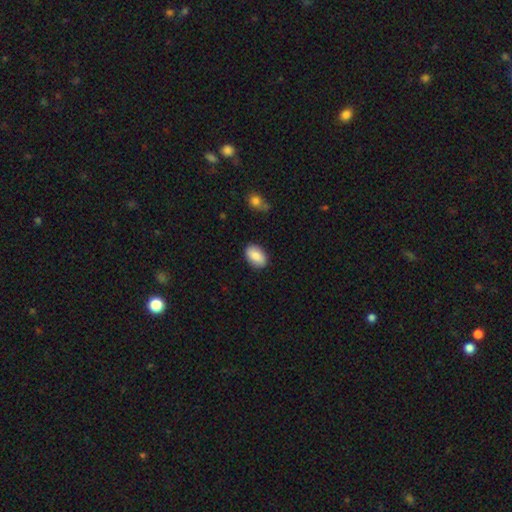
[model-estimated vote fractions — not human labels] smooth_or_featured: smooth (p=0.85) [alt: featured or disk p=0.09]
how_rounded: in between (p=0.90) [alt: round p=0.09]
merging: none (p=0.86) [alt: minor disturbance p=0.11]